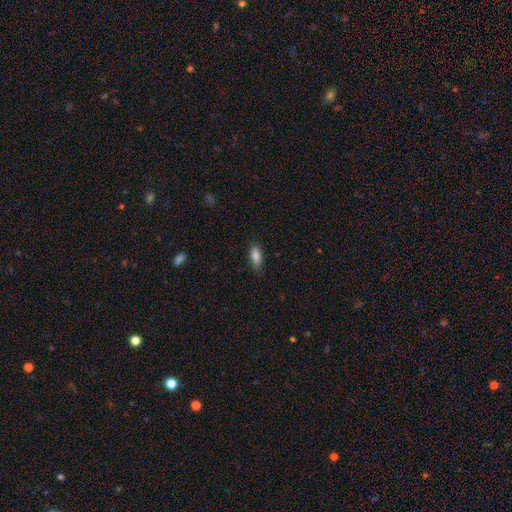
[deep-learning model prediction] Smooth or featured: smooth — 84% (featured or disk — 8%)
How rounded: in between — 79% (cigar-shaped — 19%)
Merging: none — 82% (minor disturbance — 14%)